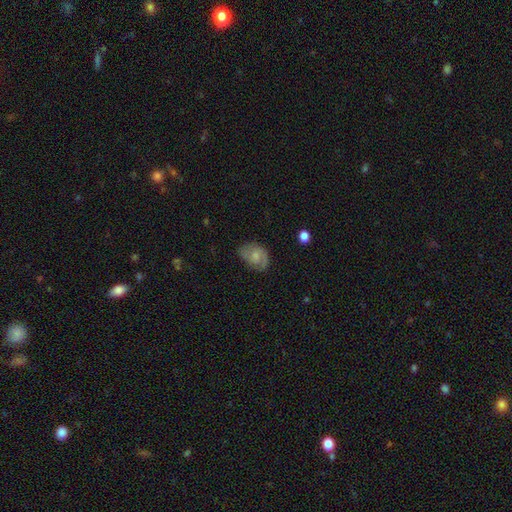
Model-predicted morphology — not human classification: This appears to be a smooth galaxy with no disk features (47%). Merging: none (63%).